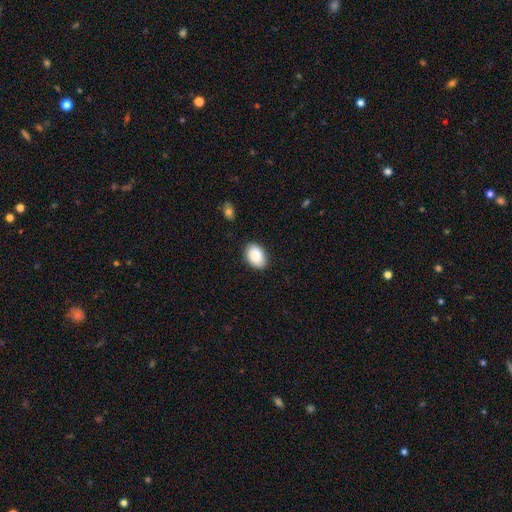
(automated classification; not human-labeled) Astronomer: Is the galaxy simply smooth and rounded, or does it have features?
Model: smooth — 88%.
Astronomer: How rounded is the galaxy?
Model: in between — 85%.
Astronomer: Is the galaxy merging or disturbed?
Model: none — 86%.